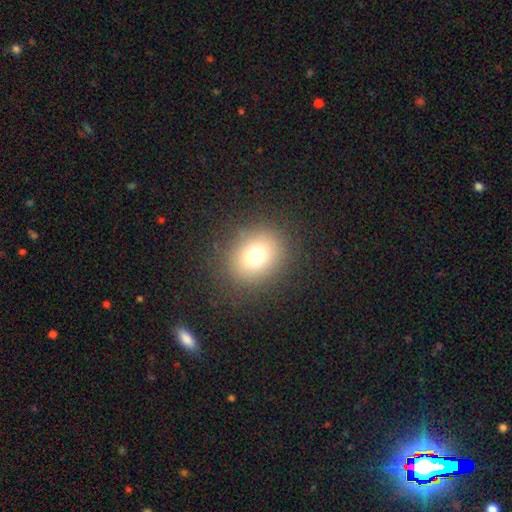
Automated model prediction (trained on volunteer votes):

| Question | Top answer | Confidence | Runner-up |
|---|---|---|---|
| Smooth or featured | smooth | 71% | star or artifact (18%) |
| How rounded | round | 73% | in between (26%) |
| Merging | none | 86% | minor disturbance (8%) |